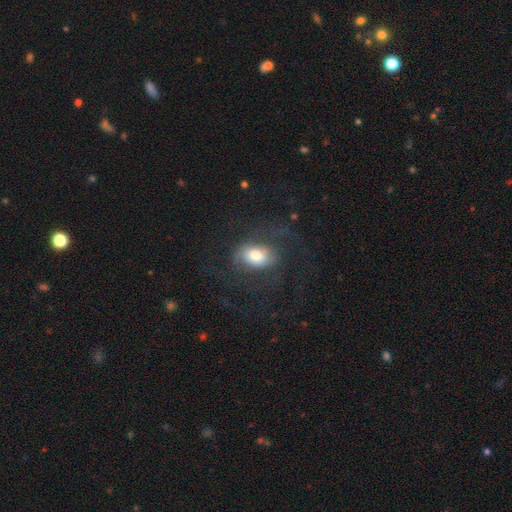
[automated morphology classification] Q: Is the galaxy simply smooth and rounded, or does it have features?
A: smooth — 55%.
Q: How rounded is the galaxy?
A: in between — 78%.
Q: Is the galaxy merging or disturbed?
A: none — 53%.